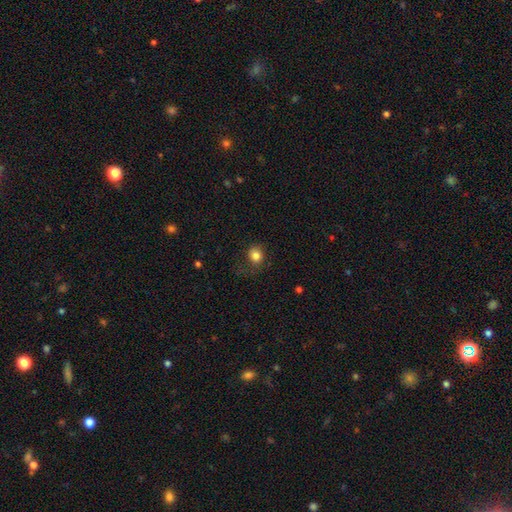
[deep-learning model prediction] The model was most divided on "how rounded": round: 76%, in between: 23%, cigar-shaped: 1%. More confident: smooth or featured — smooth (83%); merging — none (76%).